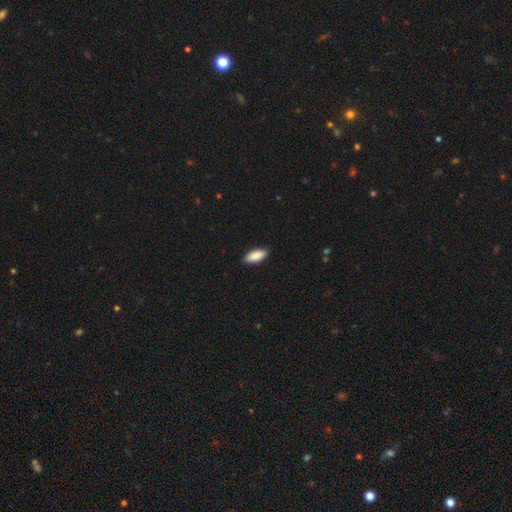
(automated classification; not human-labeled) This appears to be a smooth galaxy with no disk features (90%) that is in between round and cigar-shaped (83%). Merging: none (88%).